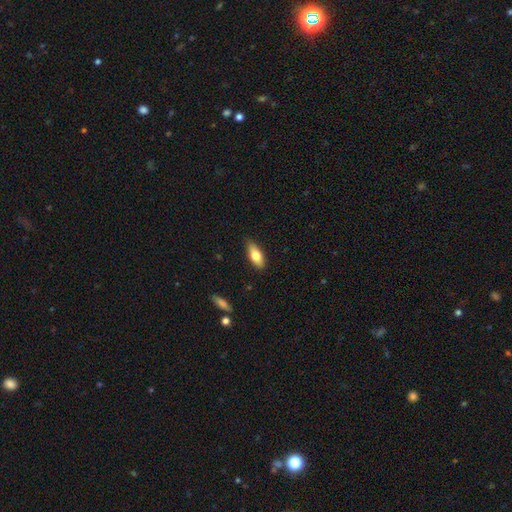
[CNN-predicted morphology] Smooth or featured: smooth — 75% (featured or disk — 18%)
How rounded: in between — 80% (cigar-shaped — 18%)
Merging: none — 82% (minor disturbance — 14%)